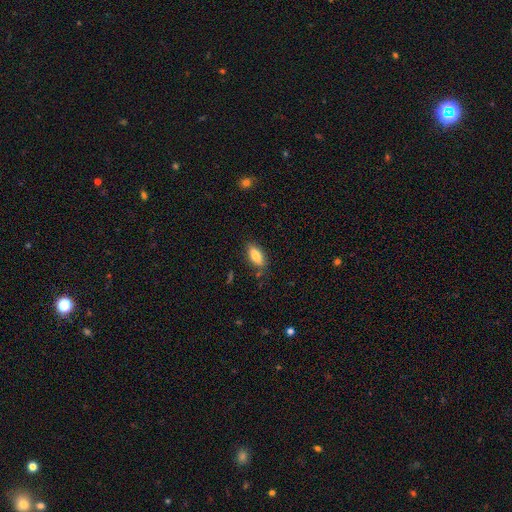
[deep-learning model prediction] A smooth galaxy with no disk features (83%) that is in between round and cigar-shaped (76%).

Vote fractions:
- Smooth or featured? smooth: 83% / featured or disk: 10% / star or artifact: 7%
- How rounded? in between: 76% / cigar-shaped: 22% / round: 2%
- Merging? none: 80% / minor disturbance: 14% / major disturbance: 3% / merger: 2%